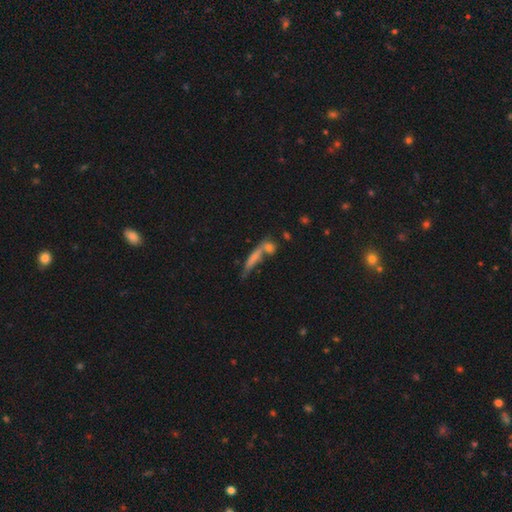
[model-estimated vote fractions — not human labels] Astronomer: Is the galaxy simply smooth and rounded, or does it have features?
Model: smooth — 49% (runner-up: featured or disk, 35%).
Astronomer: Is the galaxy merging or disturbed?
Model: none — 41% (runner-up: merger, 36%).